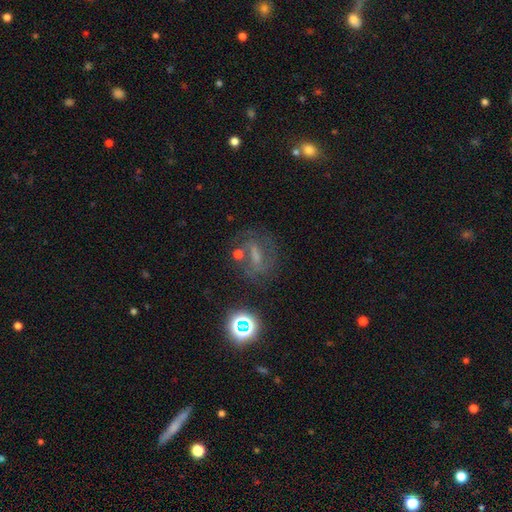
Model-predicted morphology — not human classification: smooth_or_featured: featured or disk (p=0.48) [alt: star or artifact p=0.29]
merging: none (p=0.67) [alt: minor disturbance p=0.16]